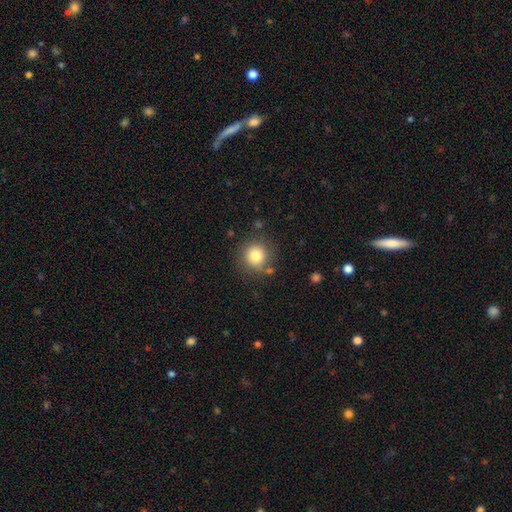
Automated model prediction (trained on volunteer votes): Smooth or featured: smooth — 81% (star or artifact — 11%)
How rounded: round — 92% (in between — 8%)
Merging: none — 79% (minor disturbance — 12%)